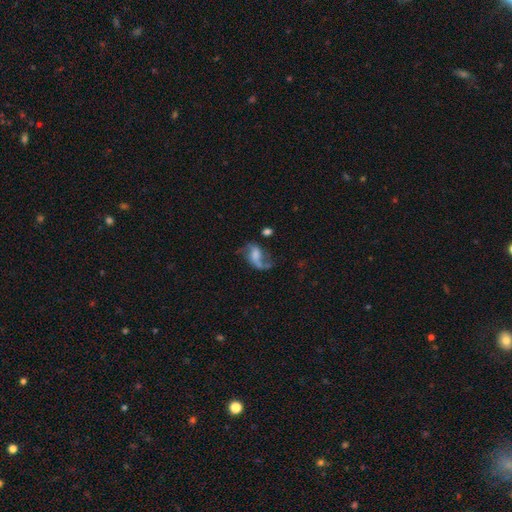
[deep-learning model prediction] featured or disk 64%, smooth 26%, star or artifact 10%. Down the decision tree: edge-on disk — no (96%); bar — no (44%); spiral arms — yes (84%); spiral arm count — 2 (73%); spiral winding — loose (74%); bulge size — none (33%); merging — none (41%).